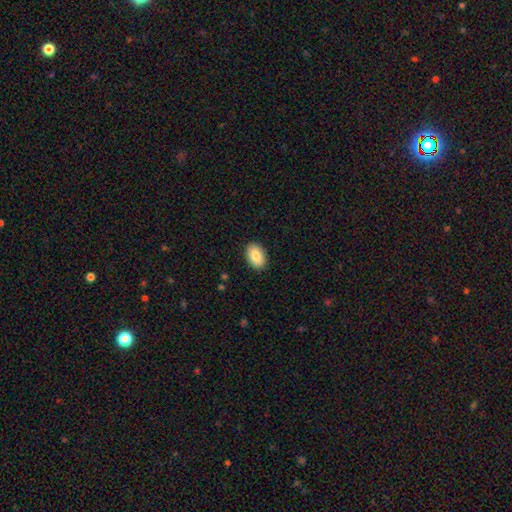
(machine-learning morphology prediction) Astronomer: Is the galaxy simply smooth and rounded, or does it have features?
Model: smooth — 85%.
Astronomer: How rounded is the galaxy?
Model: in between — 89%.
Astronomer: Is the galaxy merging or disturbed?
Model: none — 90%.